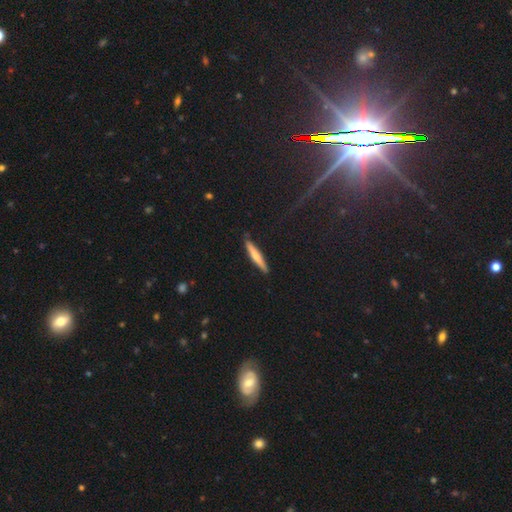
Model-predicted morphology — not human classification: Smooth or featured?
  - smooth: 57% *
  - featured or disk: 37%
  - star or artifact: 6%
How rounded?
  - cigar-shaped: 93% *
  - in between: 5%
  - round: 1%
Merging?
  - none: 88% *
  - minor disturbance: 9%
  - major disturbance: 2%
  - merger: 1%